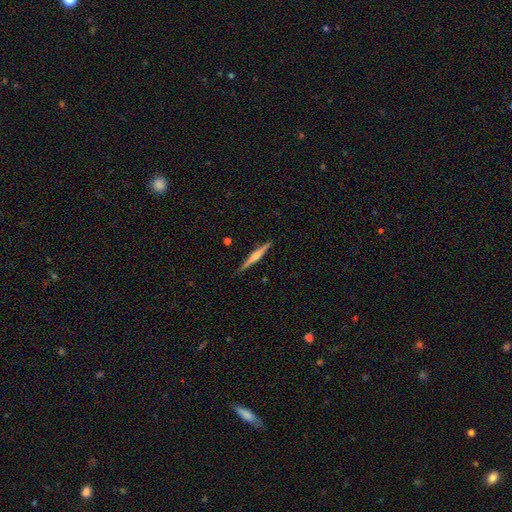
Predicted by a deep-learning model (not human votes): Q: Smooth or featured?
A: featured or disk (57%); runner-up: smooth (38%)
Q: Edge-on disk?
A: yes (98%); runner-up: no (2%)
Q: Edge-on bulge?
A: rounded (62%); runner-up: none (23%)
Q: Merging?
A: none (90%); runner-up: minor disturbance (7%)